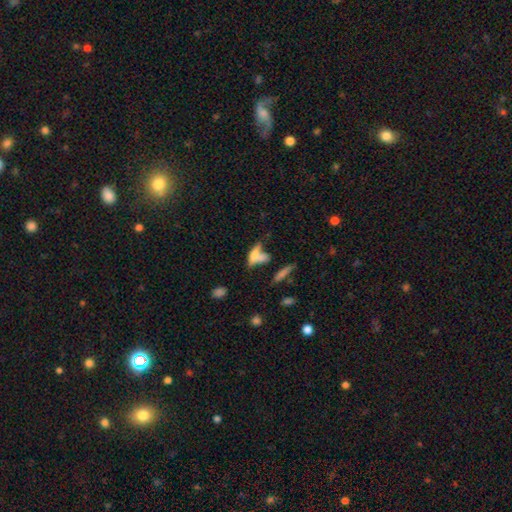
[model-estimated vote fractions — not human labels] A smooth galaxy with no disk features (60%) that is in between round and cigar-shaped (57%).

Vote fractions:
- Smooth or featured? smooth: 60% / featured or disk: 28% / star or artifact: 12%
- How rounded? in between: 57% / cigar-shaped: 37% / round: 6%
- Merging? merger: 45% / none: 29% / minor disturbance: 13% / major disturbance: 12%